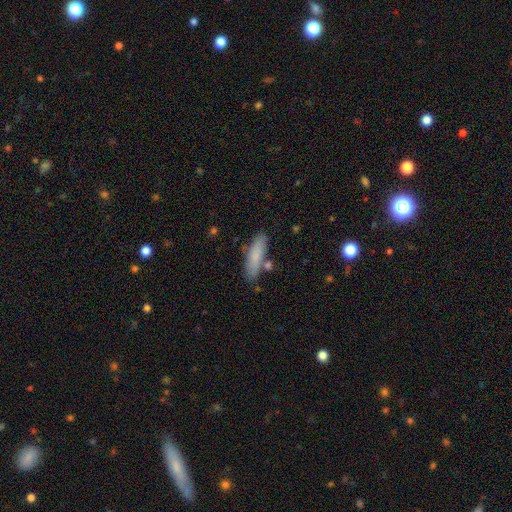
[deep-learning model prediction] Smooth or featured? Predicted: smooth (p=0.79). How rounded? Predicted: cigar-shaped (p=0.61). Merging? Predicted: none (p=0.78).